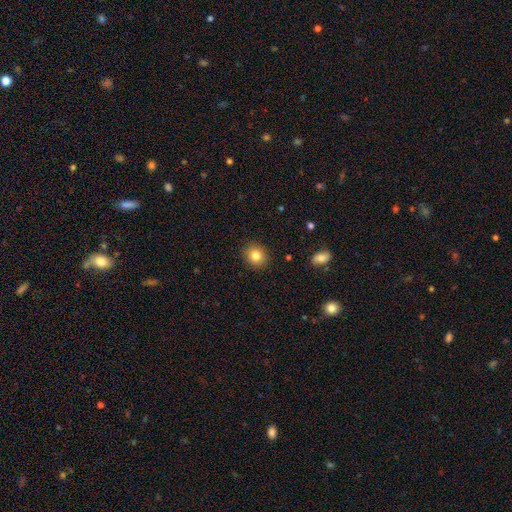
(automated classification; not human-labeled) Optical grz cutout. It shows a smooth galaxy with no disk features (83%) that is round (78%). Merging: none (90%).